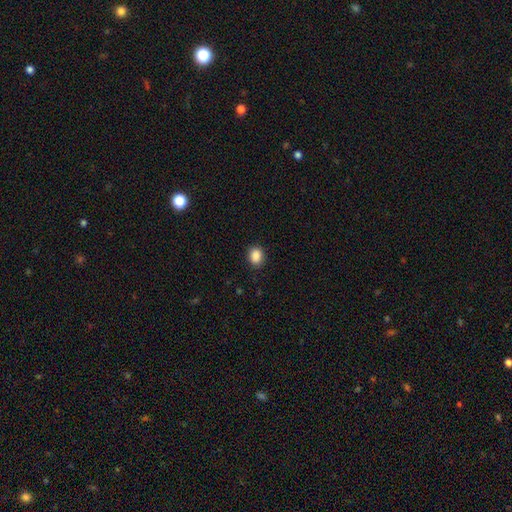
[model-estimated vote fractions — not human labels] Overall: smooth (88%). How rounded: round (58%; in between 41%). Merging: none (89%).